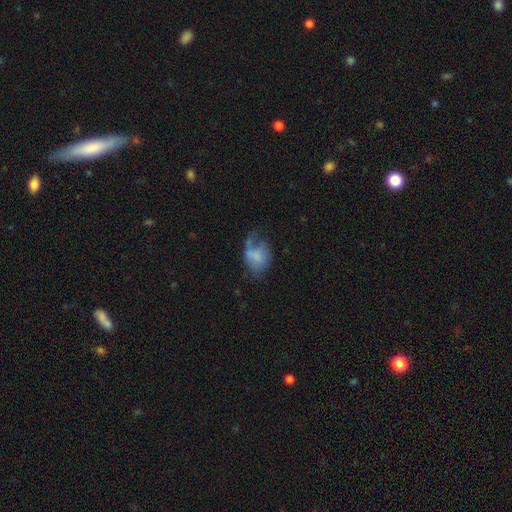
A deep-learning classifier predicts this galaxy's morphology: The model was most divided on "merging": major disturbance: 39%, none: 27%, minor disturbance: 27%, merger: 8%. More confident: how rounded — in between (79%); smooth or featured — smooth (59%).